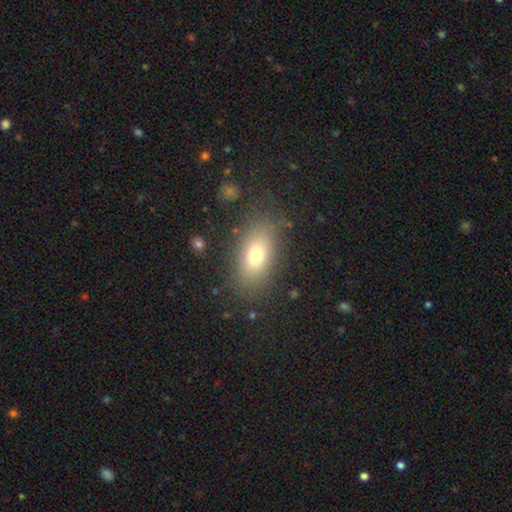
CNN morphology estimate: Smooth or featured: smooth — 71% (featured or disk — 17%)
How rounded: in between — 83% (round — 12%)
Merging: none — 79% (minor disturbance — 13%)